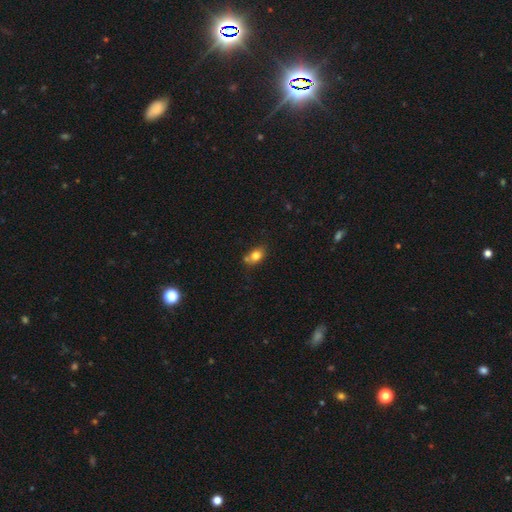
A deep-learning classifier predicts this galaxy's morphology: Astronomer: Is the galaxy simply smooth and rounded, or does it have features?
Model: smooth — 79%.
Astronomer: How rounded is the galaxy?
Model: in between — 70%.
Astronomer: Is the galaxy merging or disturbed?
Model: none — 57%.